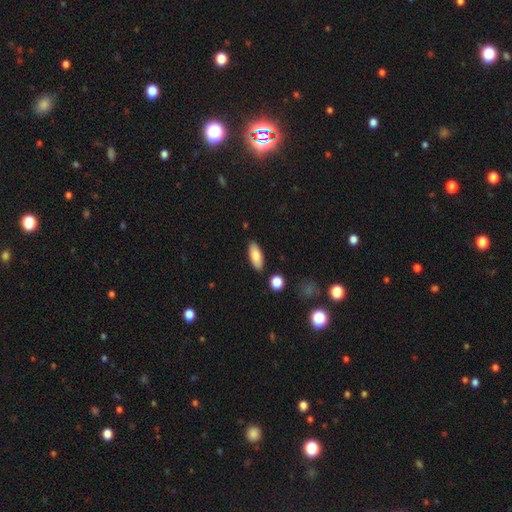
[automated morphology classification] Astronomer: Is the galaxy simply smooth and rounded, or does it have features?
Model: smooth — 82%.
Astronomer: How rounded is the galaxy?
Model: in between — 79%.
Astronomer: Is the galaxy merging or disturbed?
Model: none — 86%.